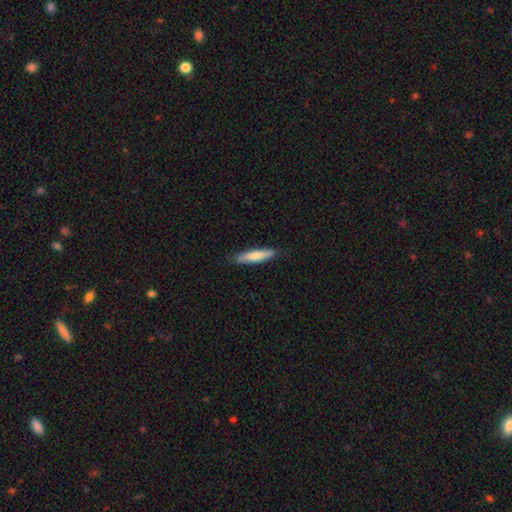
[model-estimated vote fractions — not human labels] Smooth or featured? smooth (75%)
How rounded? cigar-shaped (83%)
Merging? none (83%)